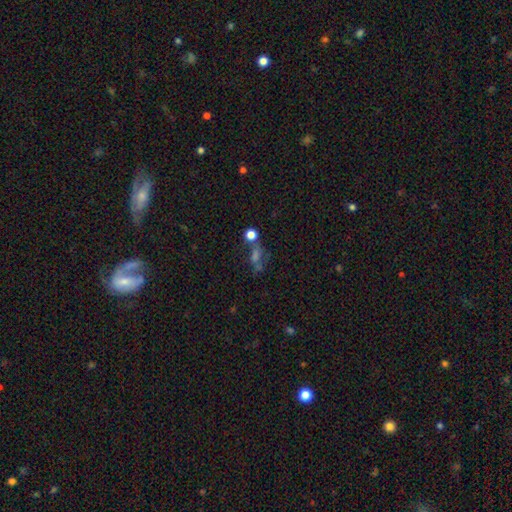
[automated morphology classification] Smooth or featured: star or artifact — 39% (smooth — 34%)